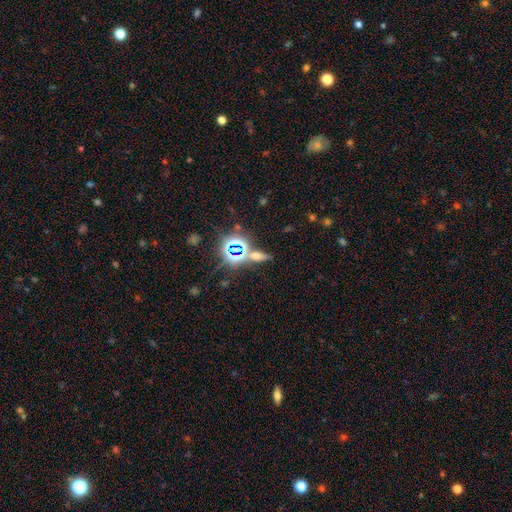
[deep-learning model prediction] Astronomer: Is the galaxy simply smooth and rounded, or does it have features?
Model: star or artifact — 42% (runner-up: smooth, 40%).